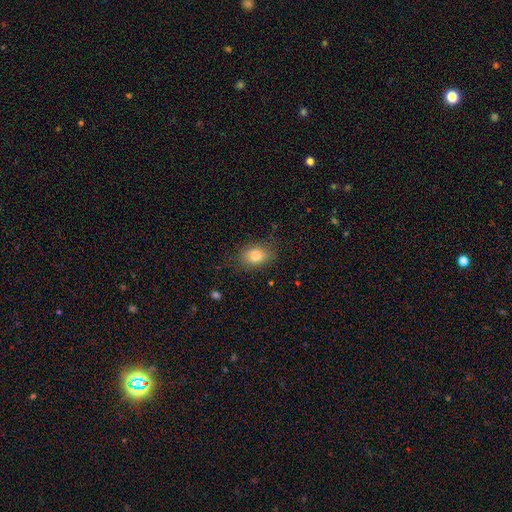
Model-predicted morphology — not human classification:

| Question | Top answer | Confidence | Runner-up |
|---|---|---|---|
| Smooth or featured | smooth | 80% | featured or disk (11%) |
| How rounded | in between | 77% | round (21%) |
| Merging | none | 77% | minor disturbance (17%) |